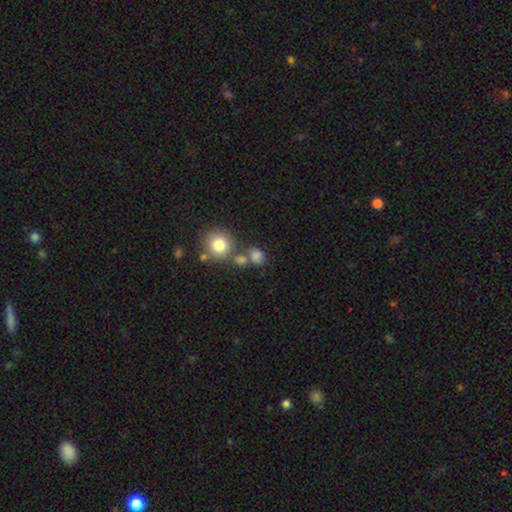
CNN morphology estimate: Overall: smooth (77%). How rounded: round (62%; in between 37%). Merging: none (48%; merger 30%).